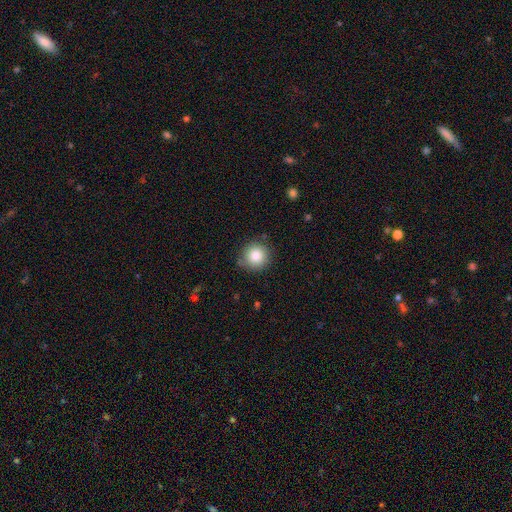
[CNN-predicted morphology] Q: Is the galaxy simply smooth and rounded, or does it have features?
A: smooth — 85%.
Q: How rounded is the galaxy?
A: round — 93%.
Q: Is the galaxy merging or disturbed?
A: none — 82%.